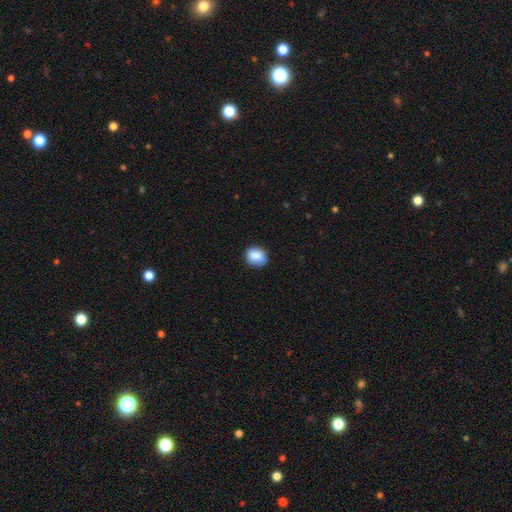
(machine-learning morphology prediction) smooth-or-featured: smooth: 84% | star or artifact: 8% | featured or disk: 7%
  how-rounded: round: 68% | in between: 31% | cigar-shaped: 1%
  merging: none: 82% | minor disturbance: 14% | major disturbance: 3% | merger: 1%